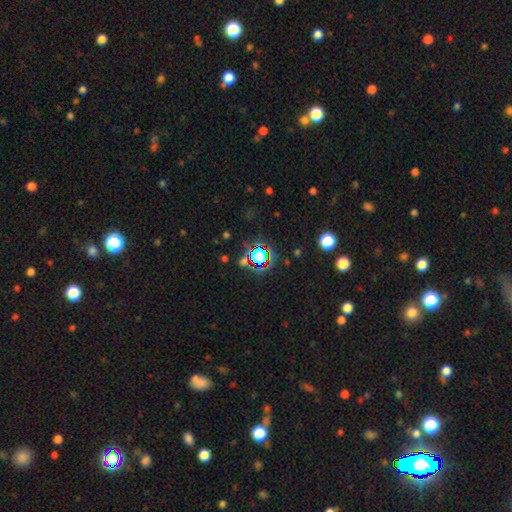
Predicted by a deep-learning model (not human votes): A star or artifact, not a galaxy (64%).